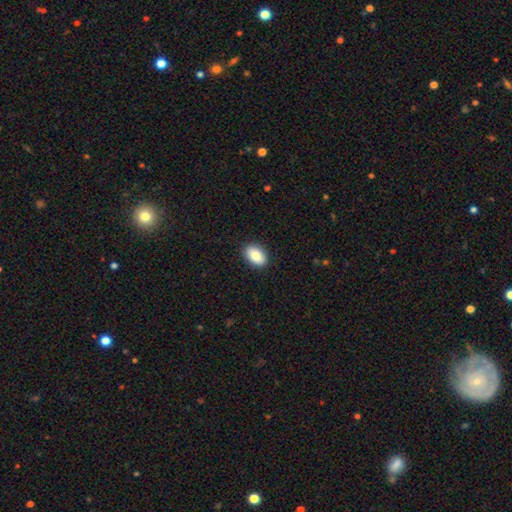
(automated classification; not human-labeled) The model was most divided on "how rounded": in between: 88%, round: 11%, cigar-shaped: 1%. More confident: merging — none (90%); smooth or featured — smooth (86%).